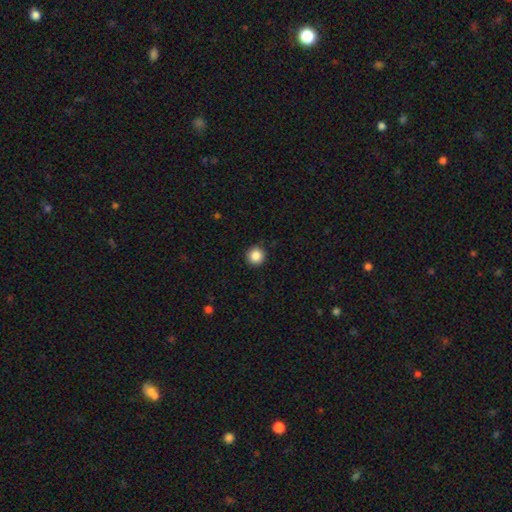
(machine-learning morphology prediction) Overall: smooth (87%). How rounded: round (95%). Merging: none (92%).